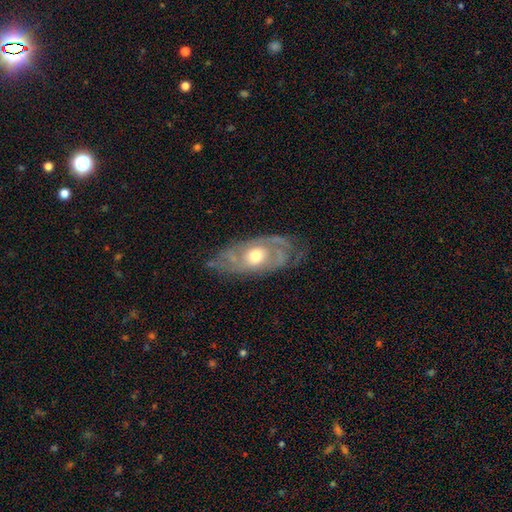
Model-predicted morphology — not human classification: Smooth or featured: featured or disk — 78% (smooth — 16%)
Edge-on disk: no — 90% (yes — 10%)
Bar: no — 78% (weak — 18%)
Spiral arms: yes — 83% (no — 17%)
Spiral winding: tight — 54% (medium — 34%)
Spiral arm count: can't tell — 43% (2 — 34%)
Bulge size: moderate — 71% (small — 17%)
Merging: none — 65% (minor disturbance — 23%)